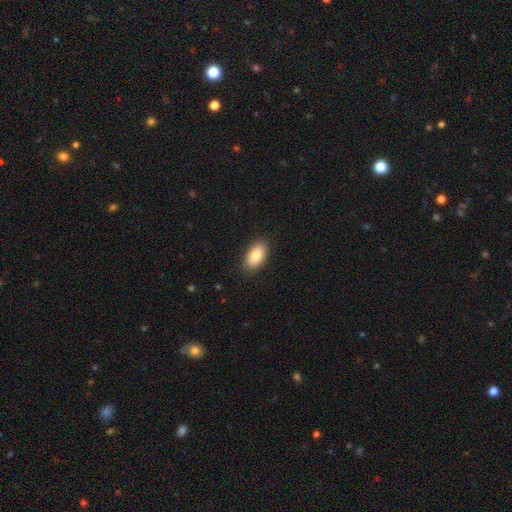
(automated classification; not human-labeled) Smooth or featured? smooth (87%)
How rounded? in between (94%)
Merging? none (88%)